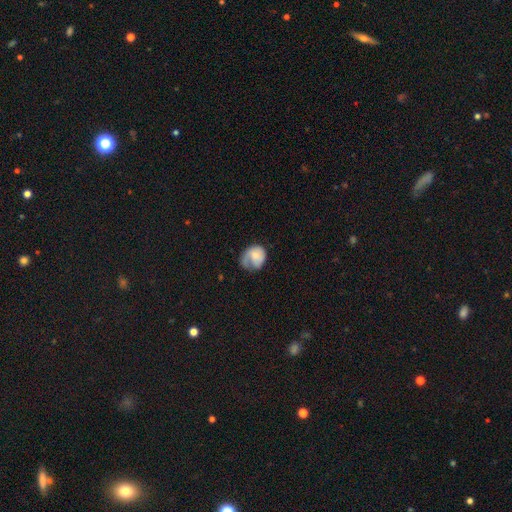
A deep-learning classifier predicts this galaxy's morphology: Smooth or featured? smooth (51%)
How rounded? round (58%)
Merging? none (34%, tied with major disturbance)